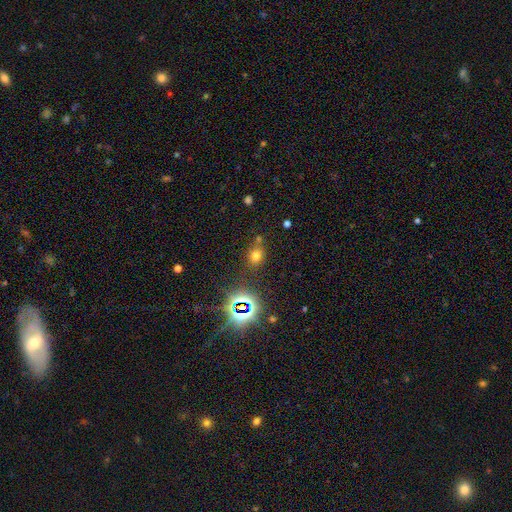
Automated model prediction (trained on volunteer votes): This appears to be a smooth galaxy with no disk features (63%) that is round (62%). Merging: none (70%).